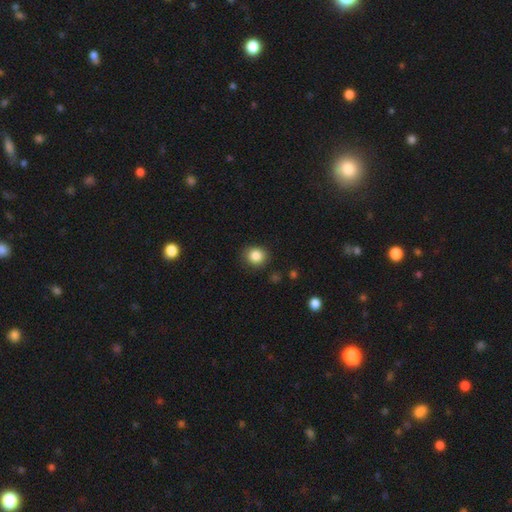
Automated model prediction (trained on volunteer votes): Smooth or featured? smooth (85%)
How rounded? round (79%)
Merging? none (87%)